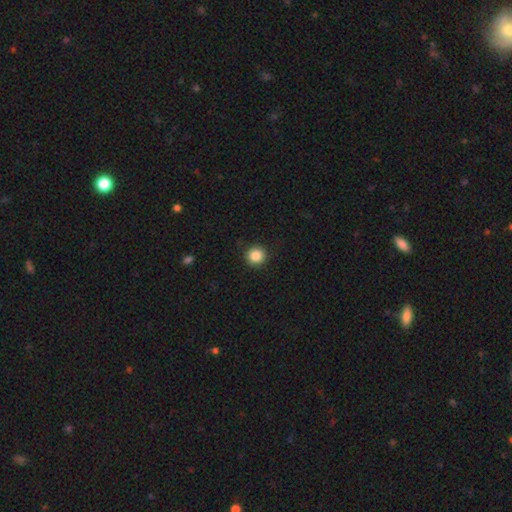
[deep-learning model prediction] smooth 87%, star or artifact 10%, featured or disk 3%. Down the decision tree: how rounded — round (93%); merging — none (91%).